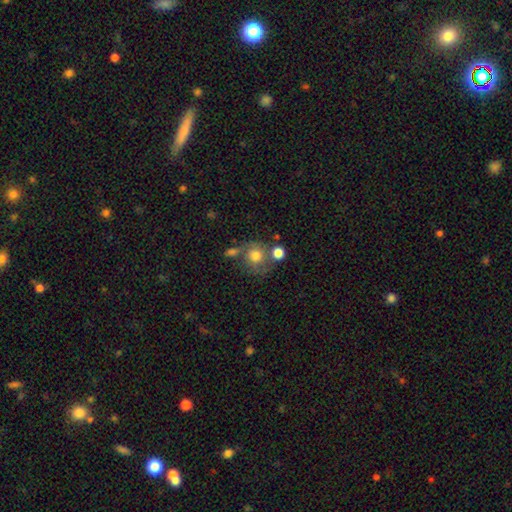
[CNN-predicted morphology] Smooth or featured? Predicted: smooth (p=0.68). How rounded? Predicted: round (p=0.82). Merging? Predicted: none (p=0.50).